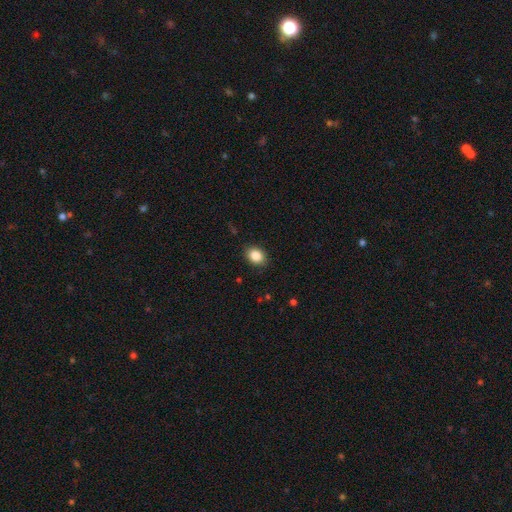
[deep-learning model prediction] This is clearly a smooth galaxy (86%). How rounded: likely in between (60%). Merging: clearly none (88%).